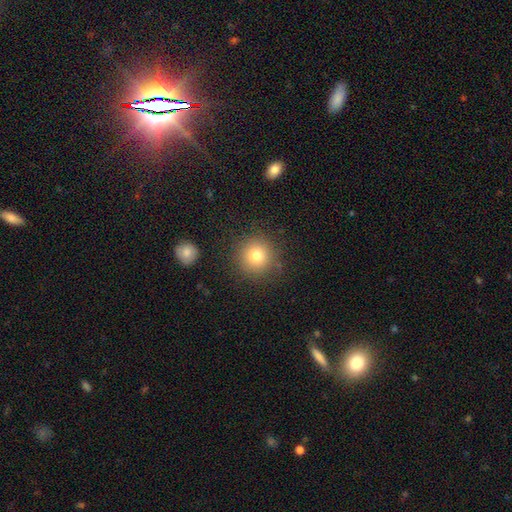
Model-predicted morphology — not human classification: Smooth or featured?
  - smooth: 77% *
  - star or artifact: 13%
  - featured or disk: 10%
How rounded?
  - round: 94% *
  - in between: 5%
  - cigar-shaped: 1%
Merging?
  - none: 87% *
  - minor disturbance: 8%
  - major disturbance: 3%
  - merger: 2%